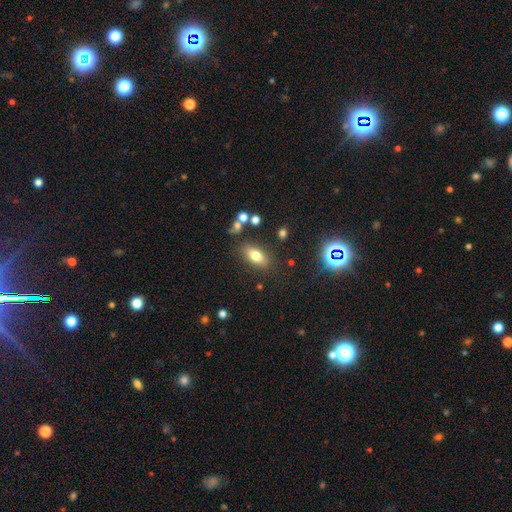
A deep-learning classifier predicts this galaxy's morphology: type=smooth (75%); roundness=in between (82%); merging=none (80%).